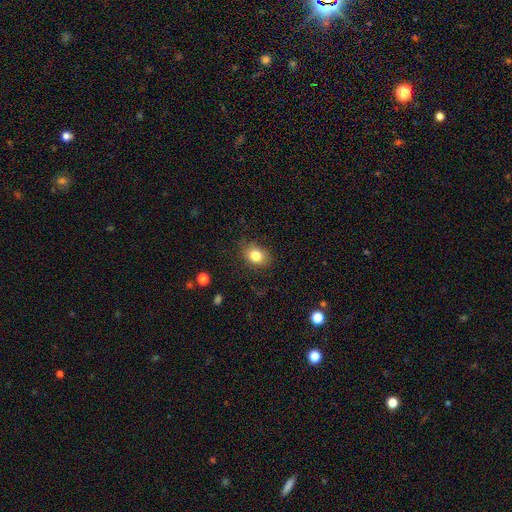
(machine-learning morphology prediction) A smooth galaxy with no disk features (81%) that is in between round and cigar-shaped (62%).

Vote fractions:
- Smooth or featured? smooth: 81% / star or artifact: 10% / featured or disk: 9%
- How rounded? in between: 62% / round: 37% / cigar-shaped: 1%
- Merging? none: 80% / minor disturbance: 15% / major disturbance: 4% / merger: 1%